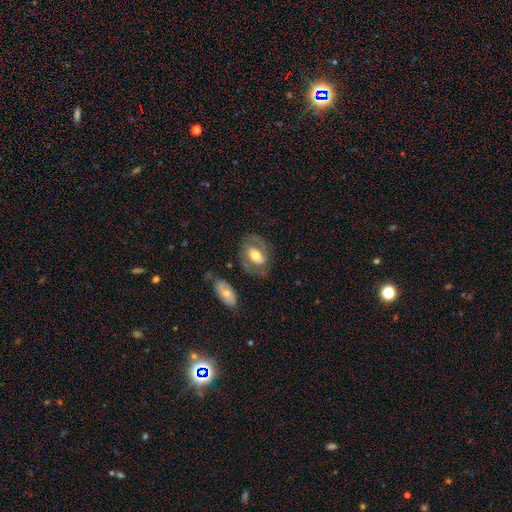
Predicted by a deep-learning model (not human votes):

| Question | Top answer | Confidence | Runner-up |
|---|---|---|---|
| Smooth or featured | featured or disk | 61% | smooth (33%) |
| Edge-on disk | no | 94% | yes (6%) |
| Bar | no | 39% | weak (32%) |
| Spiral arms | yes | 66% | no (34%) |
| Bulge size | moderate | 62% | large (19%) |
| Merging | none | 68% | minor disturbance (16%) |